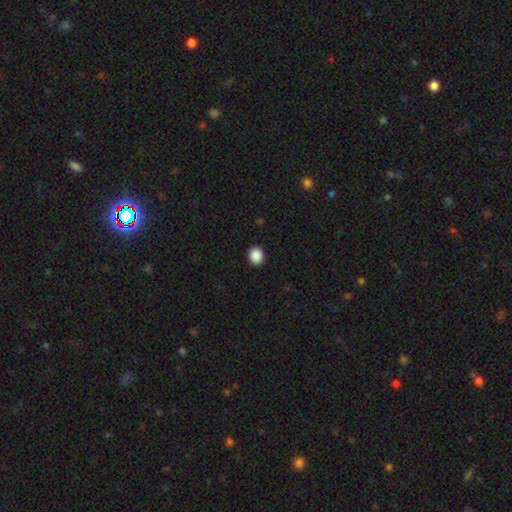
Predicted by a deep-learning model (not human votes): smooth 89%, star or artifact 9%, featured or disk 2%. Down the decision tree: how rounded — round (78%); merging — none (92%).